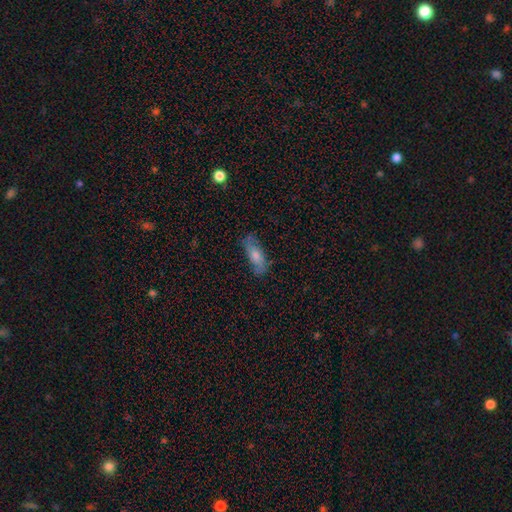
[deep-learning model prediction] A smooth galaxy with no disk features (62%) that is in between round and cigar-shaped (69%). Merging: none (73%).